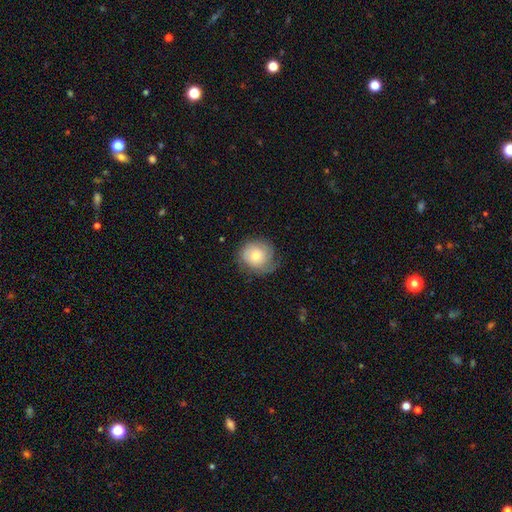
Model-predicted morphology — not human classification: This appears to be a smooth galaxy with no disk features (63%) that is round (85%). Merging: none (64%).